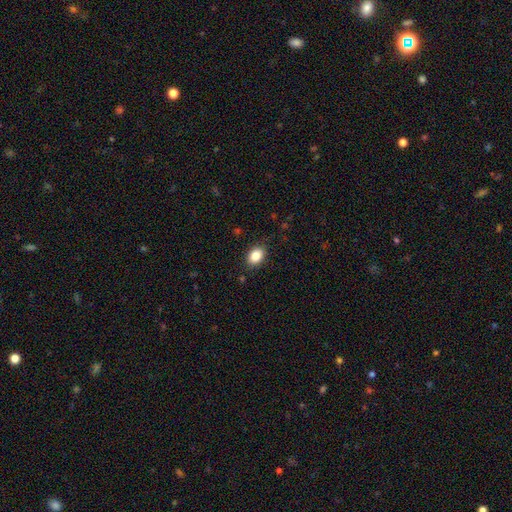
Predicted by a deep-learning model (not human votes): Smooth or featured? smooth (85%)
How rounded? in between (75%)
Merging? none (86%)